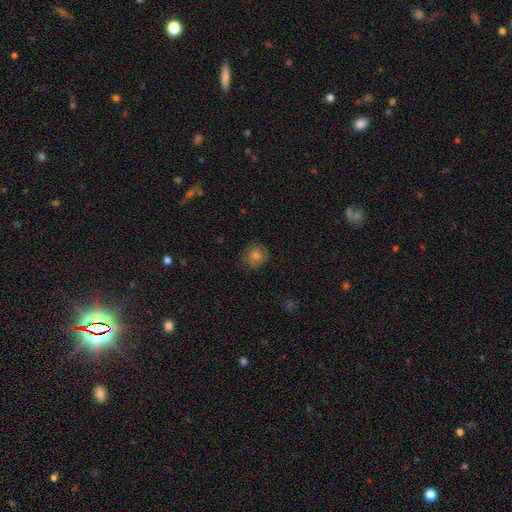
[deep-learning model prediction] smooth 56%, featured or disk 29%, star or artifact 15%. Down the decision tree: how rounded — round (86%); merging — none (78%).